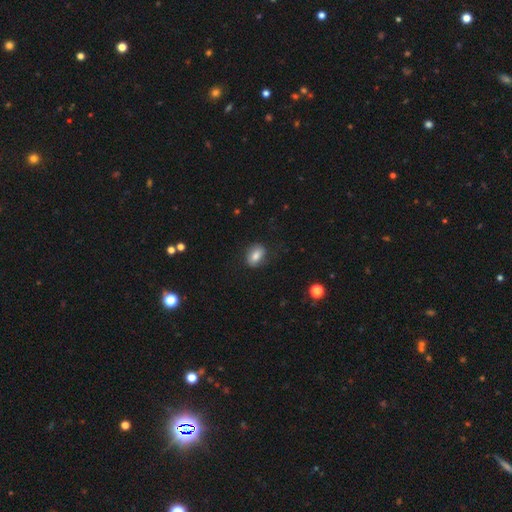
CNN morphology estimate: type=smooth (78%); roundness=in between (76%); merging=none (77%).